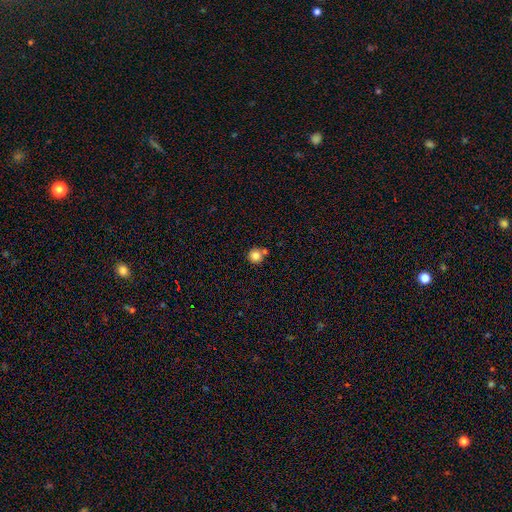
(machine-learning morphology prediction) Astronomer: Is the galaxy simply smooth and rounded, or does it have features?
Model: smooth — 83%.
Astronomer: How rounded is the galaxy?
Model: round — 94%.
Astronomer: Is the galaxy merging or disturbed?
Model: none — 70%.